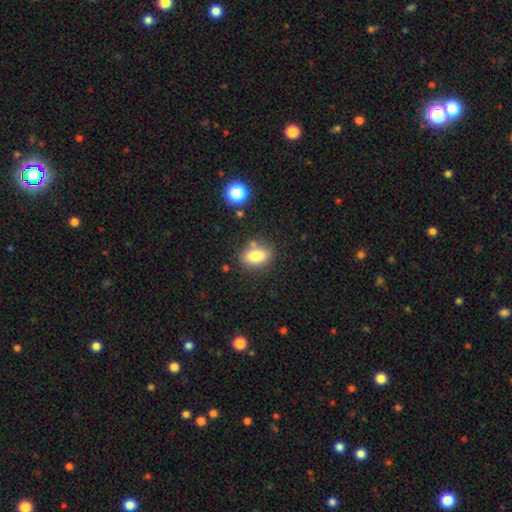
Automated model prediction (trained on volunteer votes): The model was most divided on "merging": none: 75%, minor disturbance: 13%, merger: 7%, major disturbance: 4%. More confident: how rounded — in between (83%); smooth or featured — smooth (82%).